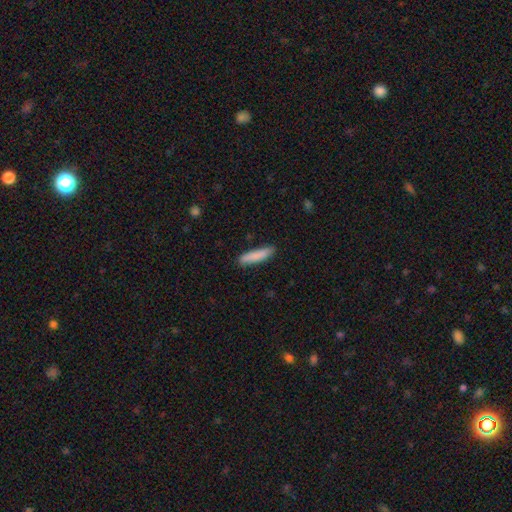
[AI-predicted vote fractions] A smooth galaxy with no disk features (86%) that is cigar-shaped (84%). Merging: none (87%).